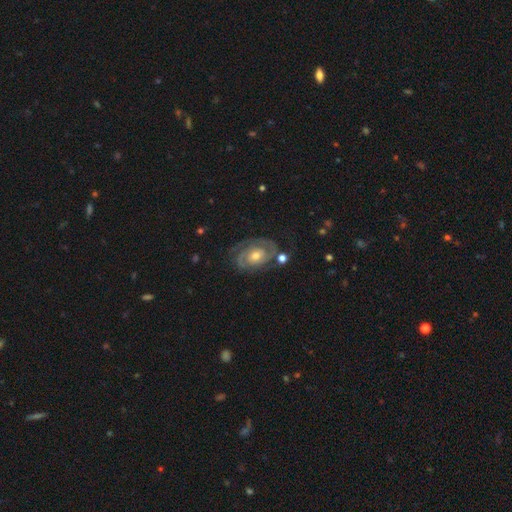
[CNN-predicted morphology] Q: Smooth or featured?
A: featured or disk (86%); runner-up: smooth (8%)
Q: Edge-on disk?
A: no (97%); runner-up: yes (3%)
Q: Bar?
A: no (71%); runner-up: weak (23%)
Q: Spiral arms?
A: yes (95%); runner-up: no (5%)
Q: Spiral winding?
A: tight (66%); runner-up: medium (27%)
Q: Spiral arm count?
A: 2 (75%); runner-up: can't tell (11%)
Q: Bulge size?
A: moderate (64%); runner-up: small (29%)
Q: Merging?
A: none (73%); runner-up: minor disturbance (16%)